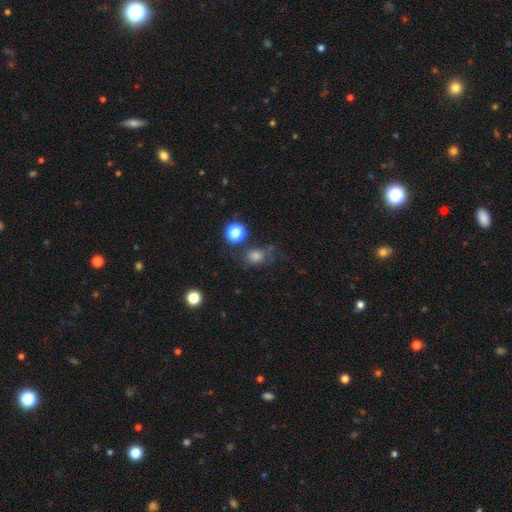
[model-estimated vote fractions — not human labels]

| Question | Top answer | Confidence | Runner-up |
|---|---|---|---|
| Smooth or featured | smooth | 72% | star or artifact (20%) |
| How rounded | round | 54% | in between (44%) |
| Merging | none | 58% | minor disturbance (21%) |